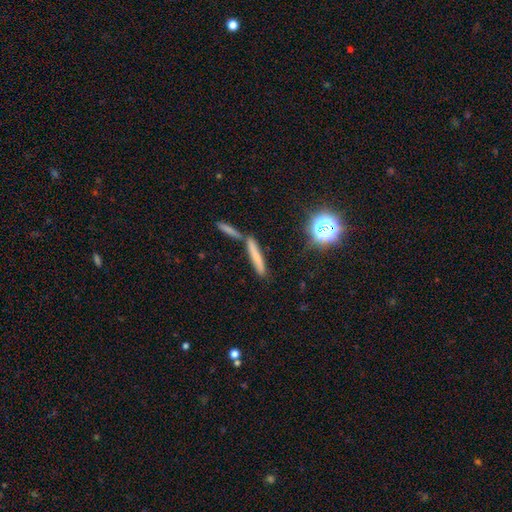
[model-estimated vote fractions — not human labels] A smooth galaxy with no disk features (62%) that is cigar-shaped (88%).

Vote fractions:
- Smooth or featured? smooth: 62% / featured or disk: 22% / star or artifact: 16%
- How rounded? cigar-shaped: 88% / in between: 8% / round: 4%
- Merging? none: 62% / merger: 25% / minor disturbance: 10% / major disturbance: 4%